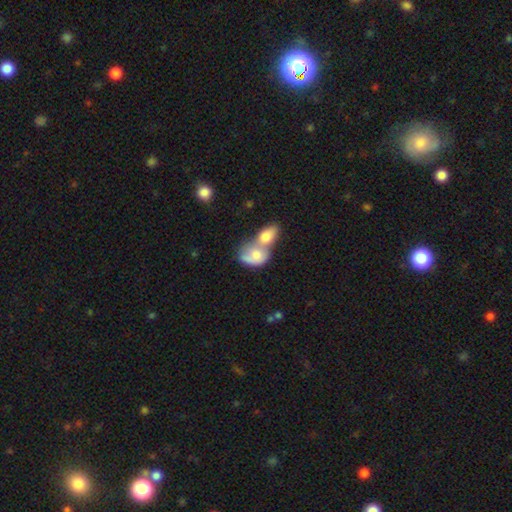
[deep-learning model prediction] Morphology: type=smooth (68%); roundness=in between (72%); merging=merger (77%).